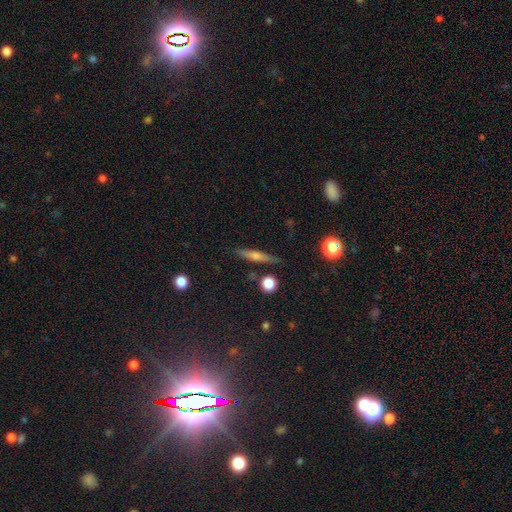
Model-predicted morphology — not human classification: type=featured or disk (46%); merging=none (85%).